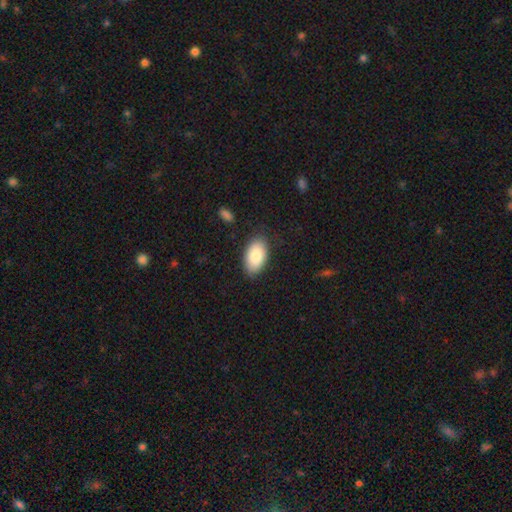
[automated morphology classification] smooth_or_featured: smooth (p=0.85) [alt: featured or disk p=0.09]
how_rounded: in between (p=0.95) [alt: round p=0.04]
merging: none (p=0.82) [alt: minor disturbance p=0.13]